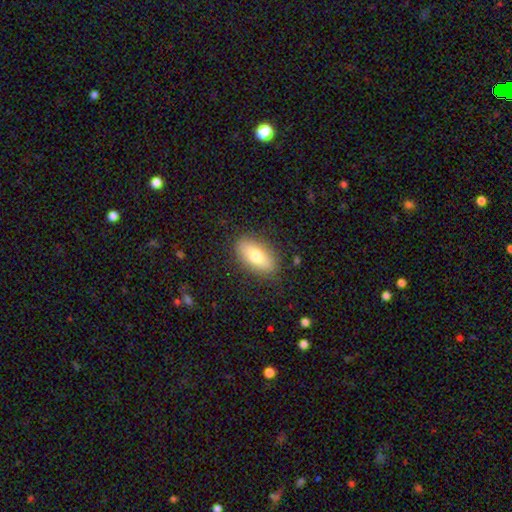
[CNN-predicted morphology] Smooth or featured: smooth — 73% (featured or disk — 20%)
How rounded: in between — 86% (cigar-shaped — 10%)
Merging: none — 85% (minor disturbance — 11%)